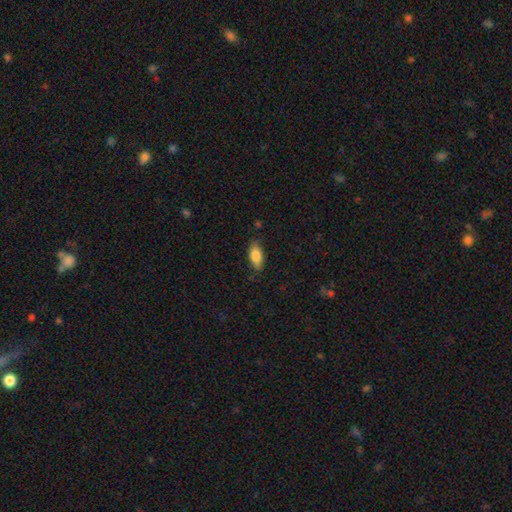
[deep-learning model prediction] The model was most divided on "merging": none: 79%, minor disturbance: 16%, major disturbance: 3%, merger: 1%. More confident: how rounded — in between (88%); smooth or featured — smooth (84%).